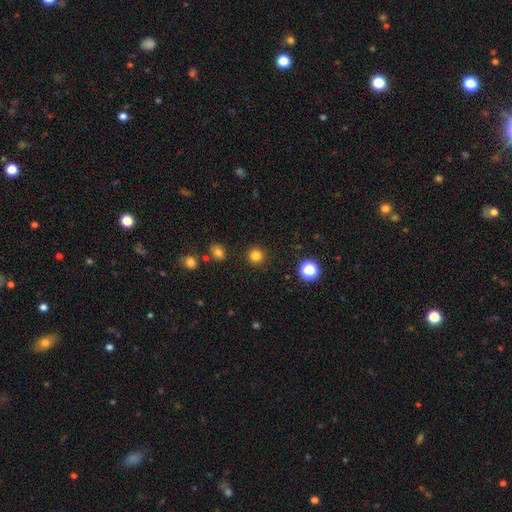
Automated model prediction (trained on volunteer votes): smooth 81%, star or artifact 14%, featured or disk 4%. Down the decision tree: how rounded — round (94%); merging — none (91%).